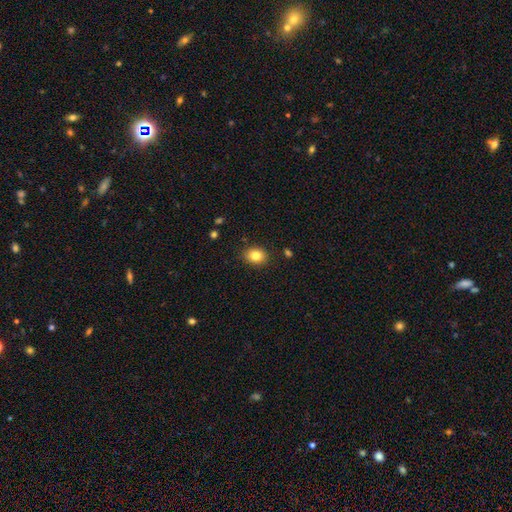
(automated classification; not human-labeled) Smooth or featured: smooth — 83% (star or artifact — 10%)
How rounded: in between — 55% (round — 44%)
Merging: none — 88% (minor disturbance — 9%)